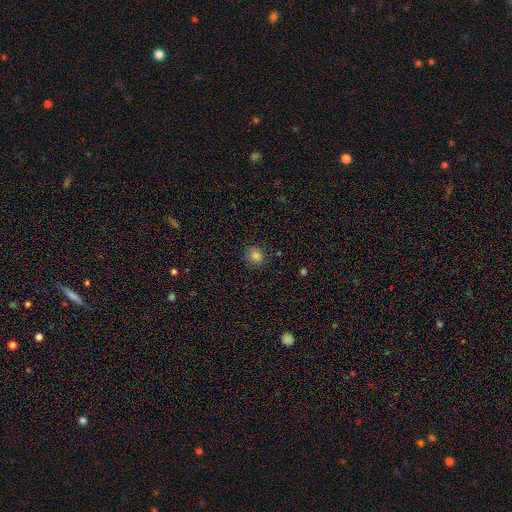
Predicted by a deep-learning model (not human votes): Morphology: type=smooth (83%); roundness=round (90%); merging=none (88%).